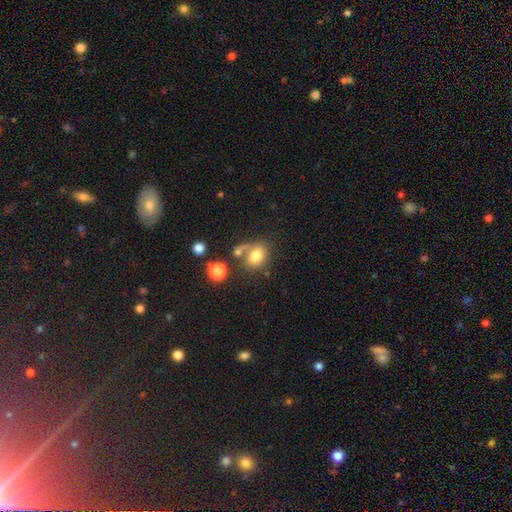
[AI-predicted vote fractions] Q: Smooth or featured?
A: smooth (75%); runner-up: featured or disk (14%)
Q: How rounded?
A: round (50%); runner-up: in between (49%)
Q: Merging?
A: none (45%); runner-up: merger (28%)